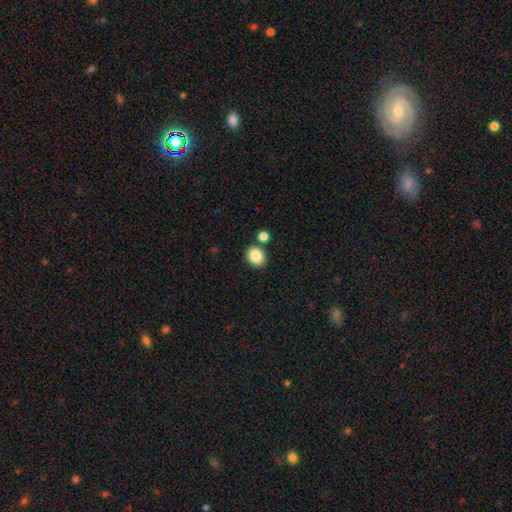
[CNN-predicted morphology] Overall: smooth (85%). How rounded: round (70%). Merging: none (78%).